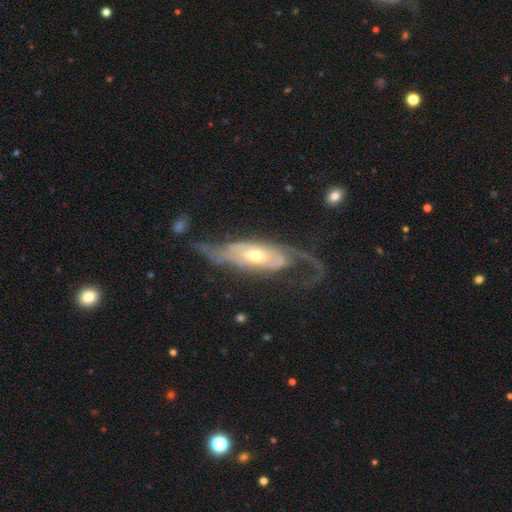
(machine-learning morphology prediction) A featured or disk galaxy (80%) with no bar (62%), 2 (49%) medium (36%) spiral arms (84%) and a moderate central bulge (60%). Merging: none (44%).